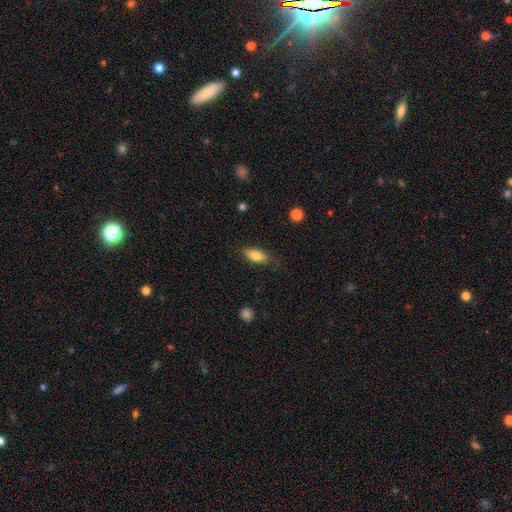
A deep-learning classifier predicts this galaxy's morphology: Q: Smooth or featured?
A: smooth (78%); runner-up: featured or disk (15%)
Q: How rounded?
A: in between (80%); runner-up: cigar-shaped (16%)
Q: Merging?
A: none (76%); runner-up: minor disturbance (18%)